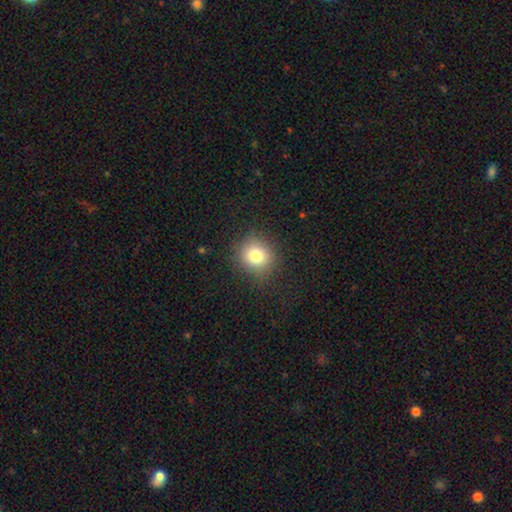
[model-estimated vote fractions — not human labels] The model was most divided on "smooth or featured": smooth: 78%, star or artifact: 13%, featured or disk: 9%. More confident: merging — none (86%); how rounded — round (85%).